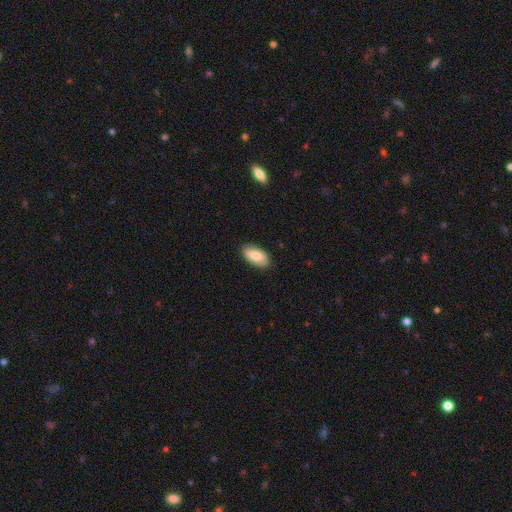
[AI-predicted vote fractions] Smooth or featured: smooth — 80% (featured or disk — 14%)
How rounded: in between — 93% (cigar-shaped — 5%)
Merging: none — 87% (minor disturbance — 10%)